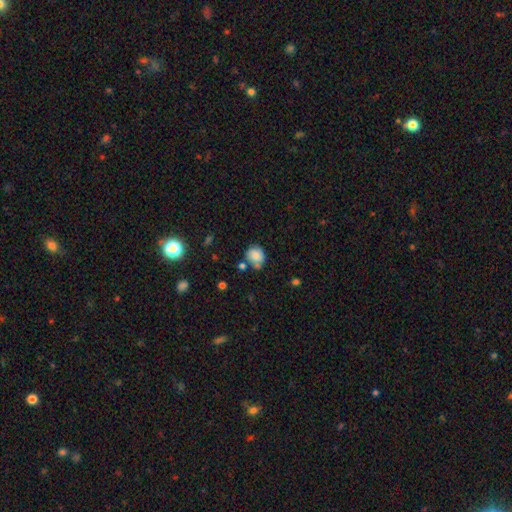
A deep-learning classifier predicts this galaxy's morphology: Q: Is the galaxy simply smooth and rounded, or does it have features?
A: smooth — 80%.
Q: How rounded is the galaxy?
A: round — 78%.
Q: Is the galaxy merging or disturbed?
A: none — 59%.